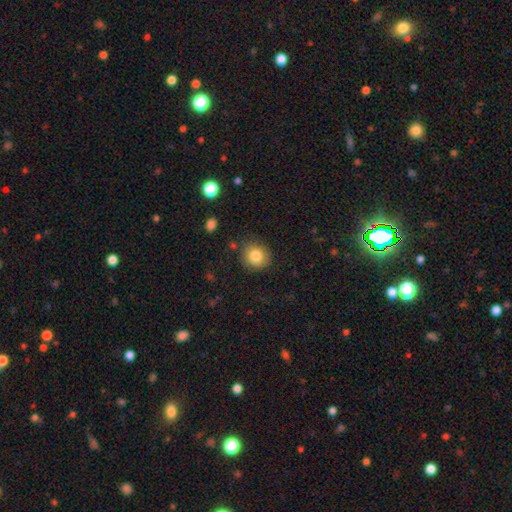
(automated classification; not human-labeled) This appears to be a smooth galaxy with no disk features (82%) that is round (86%). Merging: none (84%).